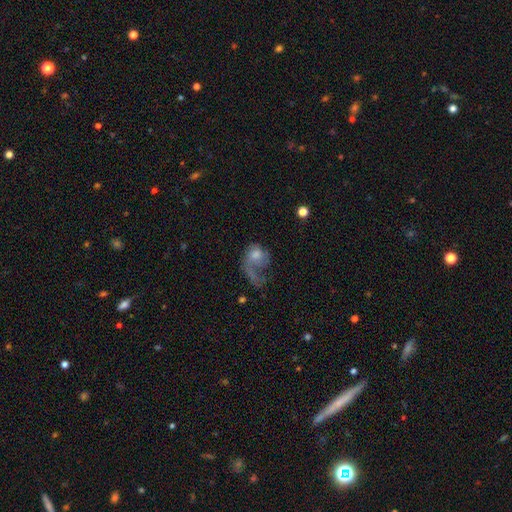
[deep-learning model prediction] featured or disk 53%, smooth 38%, star or artifact 9%. Down the decision tree: edge-on disk — no (97%); bar — no (77%); spiral arms — yes (69%); bulge size — moderate (39%); merging — major disturbance (61%).